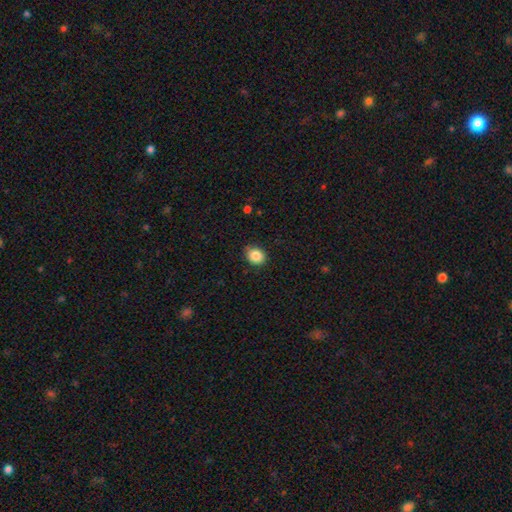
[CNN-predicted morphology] A smooth galaxy with no disk features (86%) that is round (59%).

Vote fractions:
- Smooth or featured? smooth: 86% / star or artifact: 9% / featured or disk: 5%
- How rounded? round: 59% / in between: 40% / cigar-shaped: 1%
- Merging? none: 85% / minor disturbance: 12% / major disturbance: 2% / merger: 1%